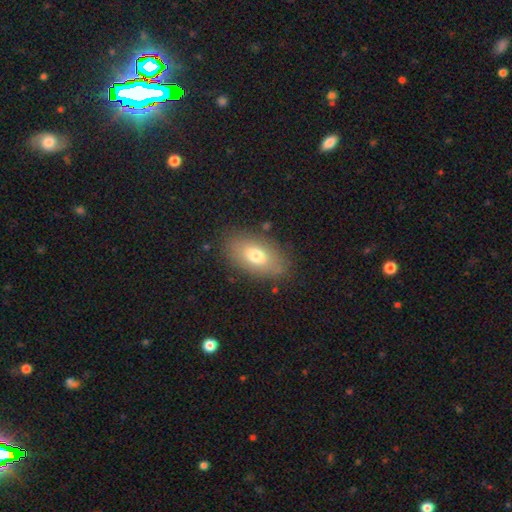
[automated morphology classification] This is likely a smooth galaxy (73%). How rounded: clearly in between (90%). Merging: clearly none (82%).